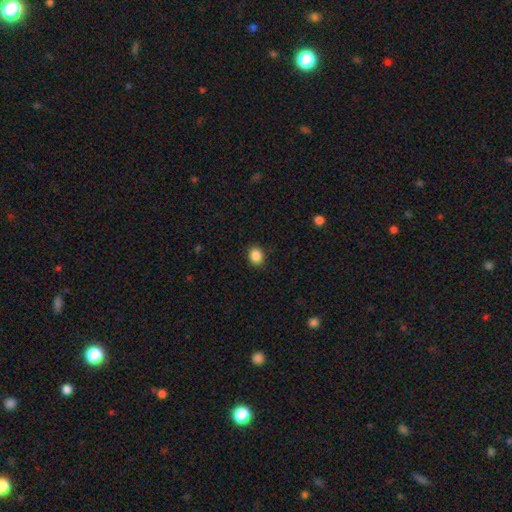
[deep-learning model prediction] Smooth or featured? smooth (87%)
How rounded? round (65%)
Merging? none (90%)